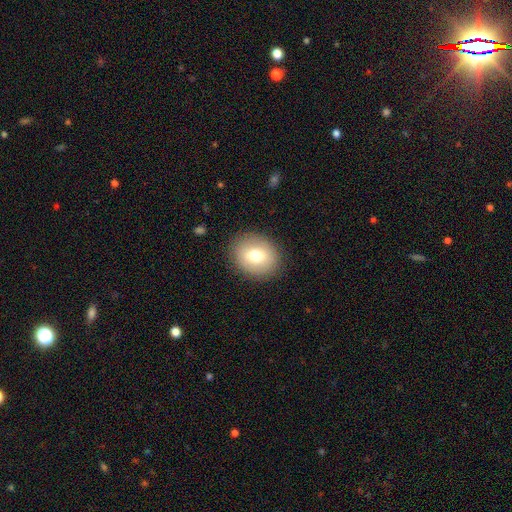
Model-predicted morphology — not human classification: This is likely a smooth galaxy (72%). How rounded: likely round (61%). Merging: clearly none (88%).